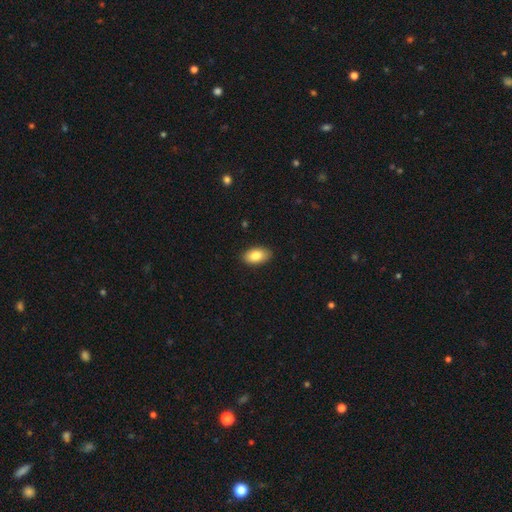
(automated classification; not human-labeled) Morphology: type=smooth (84%); roundness=in between (93%); merging=none (88%).